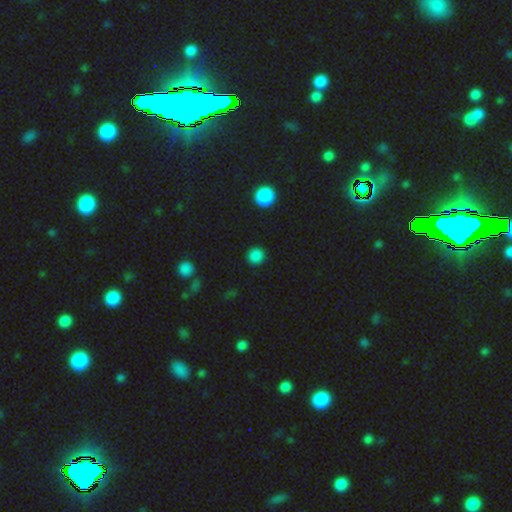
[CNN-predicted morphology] This appears to be a smooth galaxy with no disk features (84%) that is round (92%). Merging: none (91%).